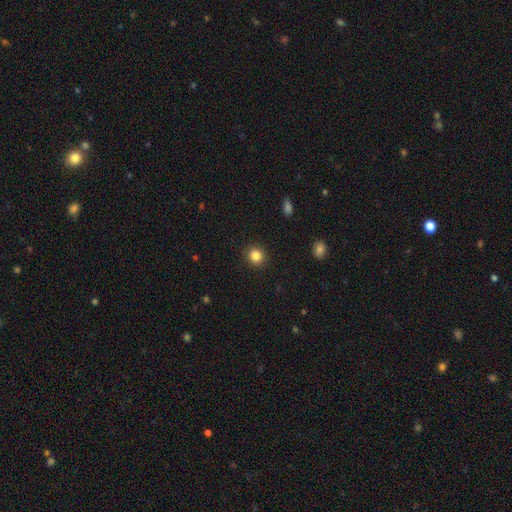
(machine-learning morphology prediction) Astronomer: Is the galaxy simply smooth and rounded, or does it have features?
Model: smooth — 84%.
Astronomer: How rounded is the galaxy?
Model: round — 90%.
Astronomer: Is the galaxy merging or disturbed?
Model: none — 91%.